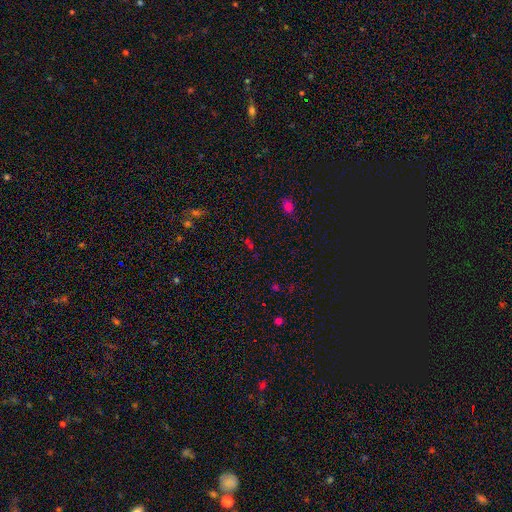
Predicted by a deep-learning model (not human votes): Smooth or featured? star or artifact (58%)